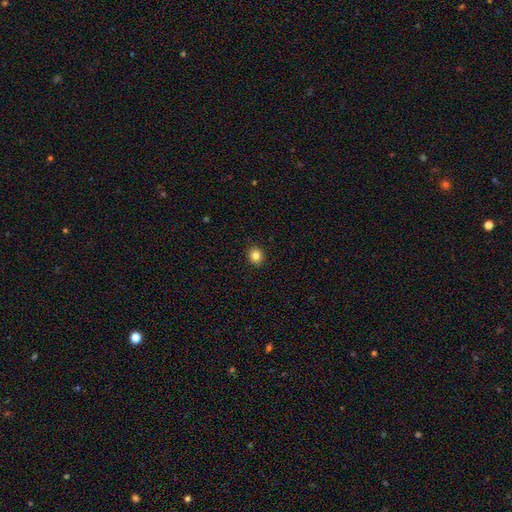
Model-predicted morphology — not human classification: Smooth or featured?
  - smooth: 84% *
  - star or artifact: 11%
  - featured or disk: 5%
How rounded?
  - round: 82% *
  - in between: 18%
  - cigar-shaped: 1%
Merging?
  - none: 92% *
  - minor disturbance: 5%
  - major disturbance: 2%
  - merger: 1%